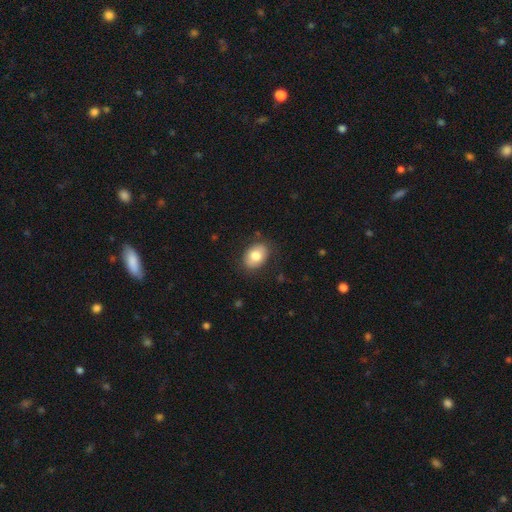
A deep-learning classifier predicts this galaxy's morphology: Smooth or featured?
  - smooth: 79% *
  - featured or disk: 13%
  - star or artifact: 7%
How rounded?
  - in between: 79% *
  - round: 20%
  - cigar-shaped: 1%
Merging?
  - none: 83% *
  - minor disturbance: 12%
  - major disturbance: 3%
  - merger: 1%